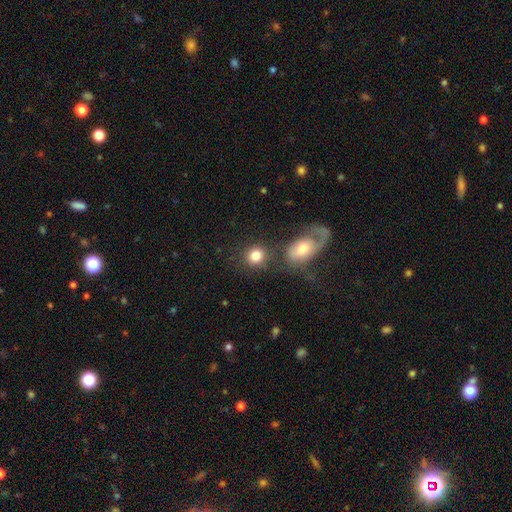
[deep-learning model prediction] This is clearly a smooth galaxy (81%). How rounded: likely round (74%). Merging: possibly none (60%).